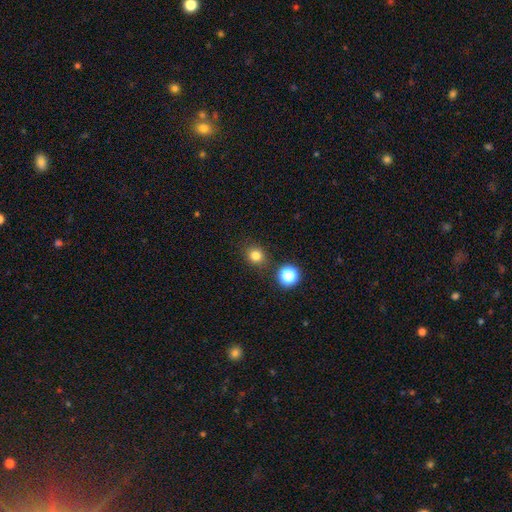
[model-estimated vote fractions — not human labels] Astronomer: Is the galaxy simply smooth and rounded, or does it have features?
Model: smooth — 79%.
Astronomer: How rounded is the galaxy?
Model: round — 81%.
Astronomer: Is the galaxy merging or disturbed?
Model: none — 84%.